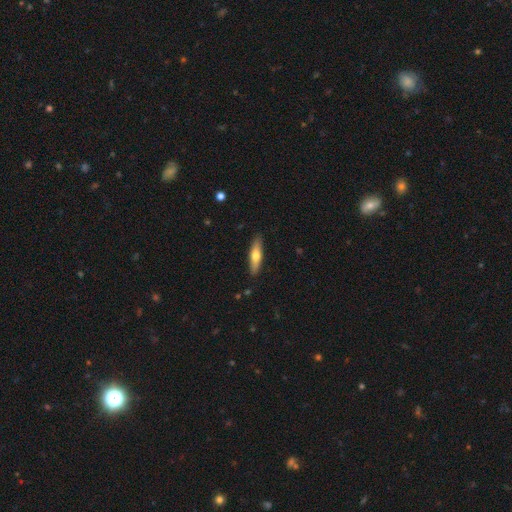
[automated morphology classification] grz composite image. It shows a smooth galaxy with no disk features (59%) that is cigar-shaped (72%). Merging: none (89%).